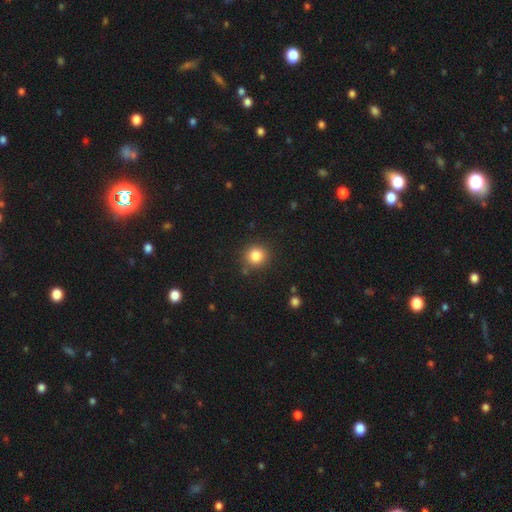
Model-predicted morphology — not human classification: smooth-or-featured: smooth: 83% | star or artifact: 11% | featured or disk: 5%
  how-rounded: round: 91% | in between: 8% | cigar-shaped: 1%
  merging: none: 85% | minor disturbance: 9% | major disturbance: 3% | merger: 3%